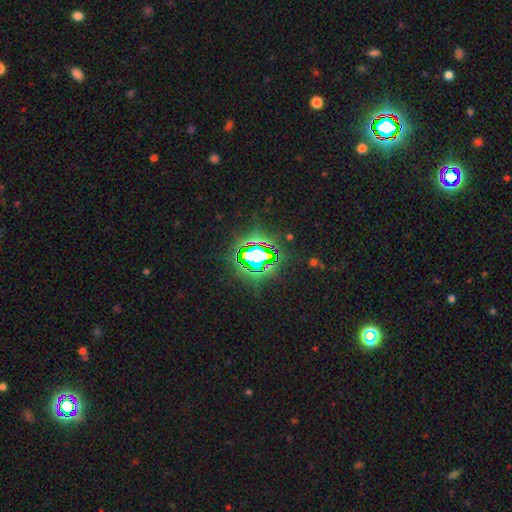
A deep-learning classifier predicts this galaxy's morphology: Q: Smooth or featured?
A: star or artifact (77%); runner-up: smooth (12%)